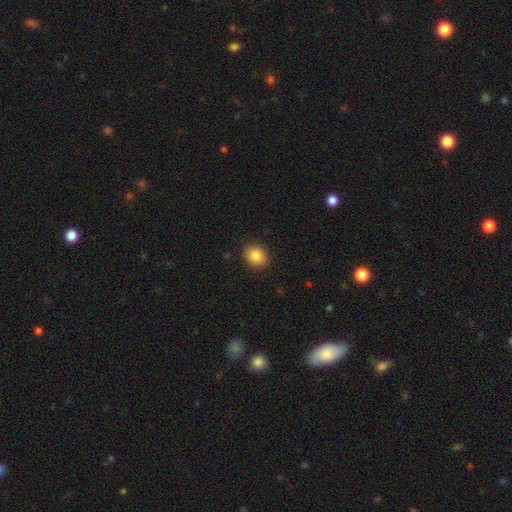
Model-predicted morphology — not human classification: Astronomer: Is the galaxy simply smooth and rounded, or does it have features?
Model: smooth — 85%.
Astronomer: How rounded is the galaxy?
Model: round — 62% (runner-up: in between, 37%).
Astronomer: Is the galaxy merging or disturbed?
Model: none — 89%.